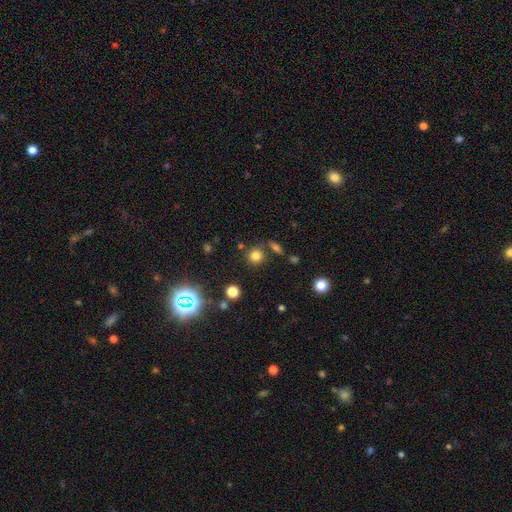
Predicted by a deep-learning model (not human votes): A smooth galaxy with no disk features (77%) that is round (88%). Merging: none (78%).